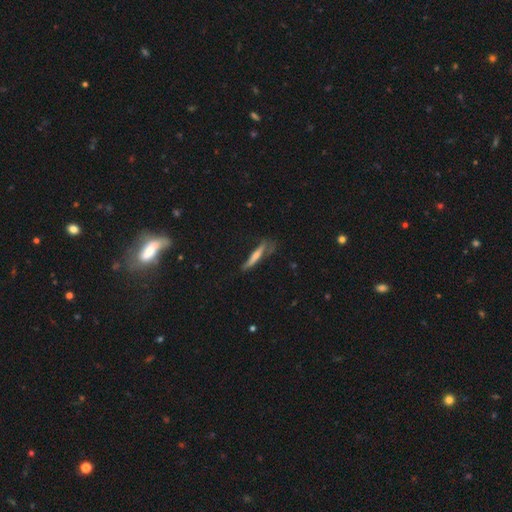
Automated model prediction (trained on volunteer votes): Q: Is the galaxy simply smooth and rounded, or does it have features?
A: smooth — 52%.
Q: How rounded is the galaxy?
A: cigar-shaped — 90%.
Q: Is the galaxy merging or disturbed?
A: none — 57%.